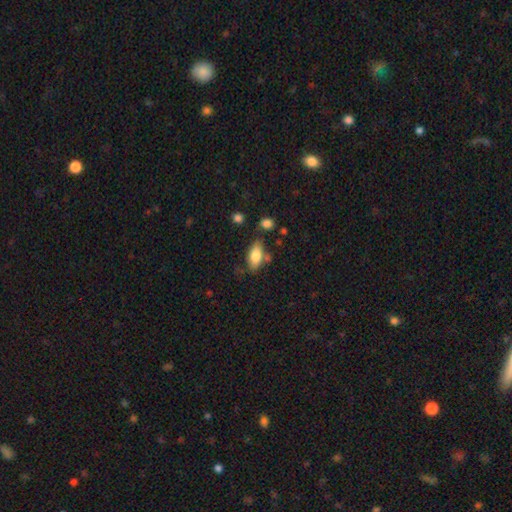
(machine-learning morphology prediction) This is likely a smooth galaxy (80%). How rounded: clearly in between (88%). Merging: likely none (68%).